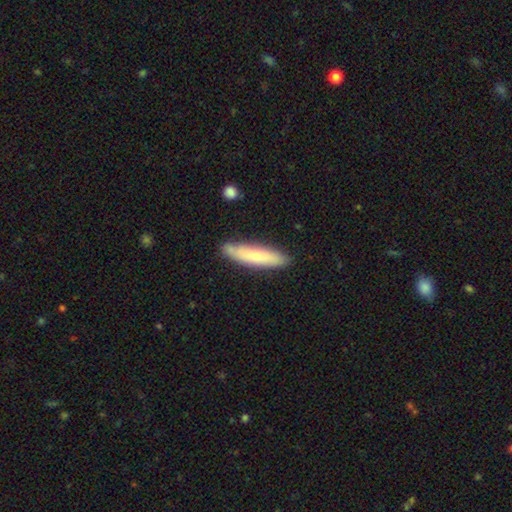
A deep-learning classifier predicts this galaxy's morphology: A smooth galaxy with no disk features (68%) that is cigar-shaped (79%). Merging: none (82%).